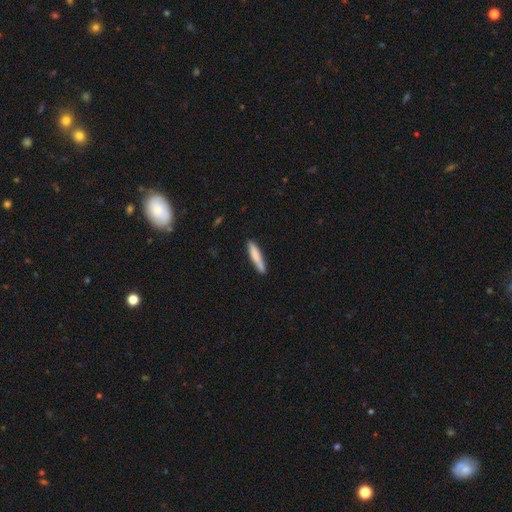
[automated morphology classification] Smooth or featured? Predicted: smooth (p=0.78). How rounded? Predicted: cigar-shaped (p=0.91). Merging? Predicted: none (p=0.83).